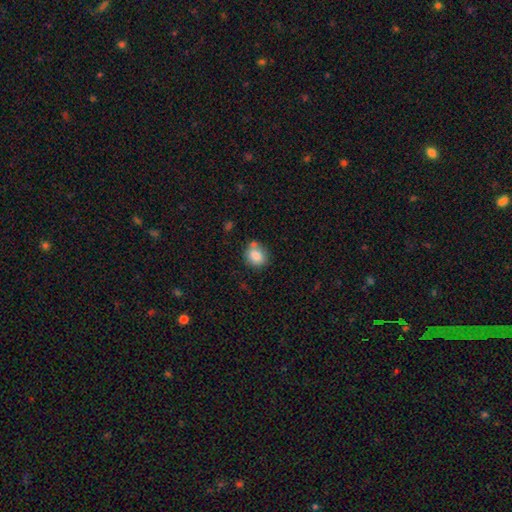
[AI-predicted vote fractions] Overall: smooth (83%). How rounded: round (69%; in between 30%). Merging: none (67%).